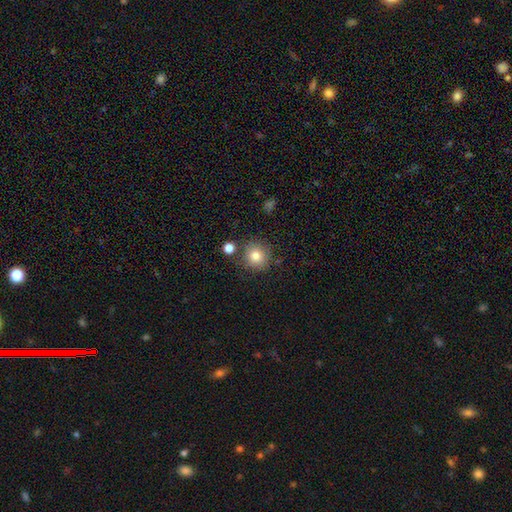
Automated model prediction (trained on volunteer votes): A smooth galaxy with no disk features (80%) that is round (92%).

Vote fractions:
- Smooth or featured? smooth: 80% / star or artifact: 12% / featured or disk: 8%
- How rounded? round: 92% / in between: 8% / cigar-shaped: 1%
- Merging? none: 80% / minor disturbance: 10% / merger: 7% / major disturbance: 3%